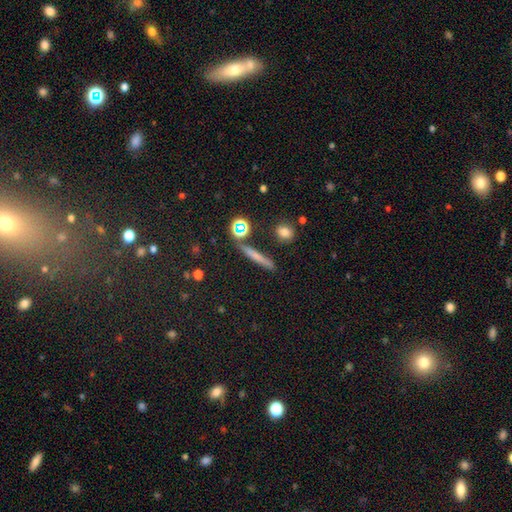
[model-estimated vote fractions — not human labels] This is likely a smooth galaxy (61%). How rounded: clearly cigar-shaped (84%). Merging: clearly none (84%).